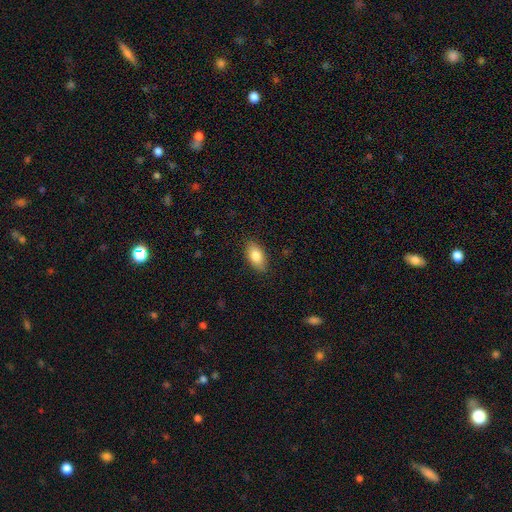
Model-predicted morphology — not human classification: Q: Smooth or featured?
A: smooth (83%); runner-up: featured or disk (10%)
Q: How rounded?
A: in between (92%); runner-up: round (4%)
Q: Merging?
A: none (87%); runner-up: minor disturbance (10%)